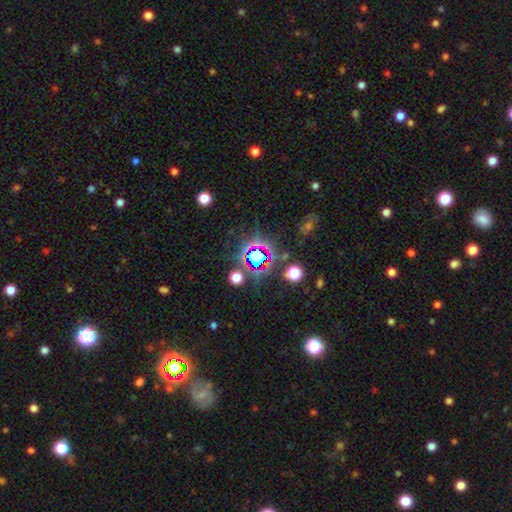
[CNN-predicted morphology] star or artifact 66%, smooth 22%, featured or disk 12%.